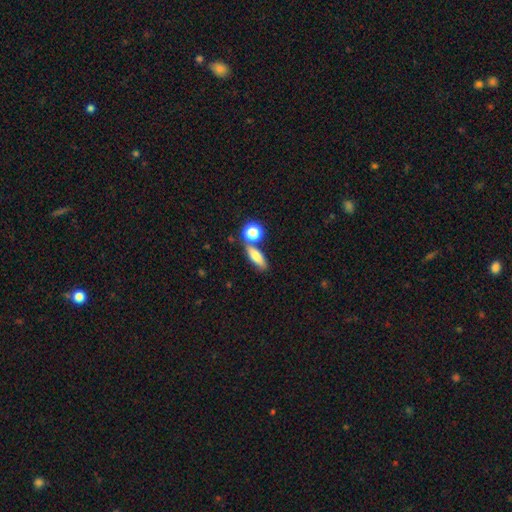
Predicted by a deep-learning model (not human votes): Morphology: type=smooth (74%); roundness=in between (54%); merging=none (63%).